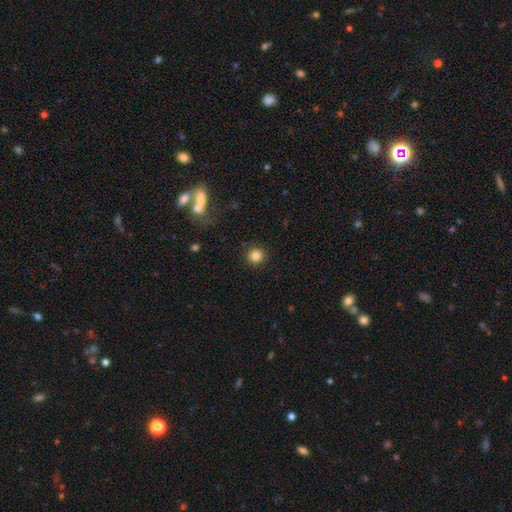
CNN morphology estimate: Smooth or featured: smooth — 83% (star or artifact — 11%)
How rounded: round — 94% (in between — 5%)
Merging: none — 90% (minor disturbance — 6%)